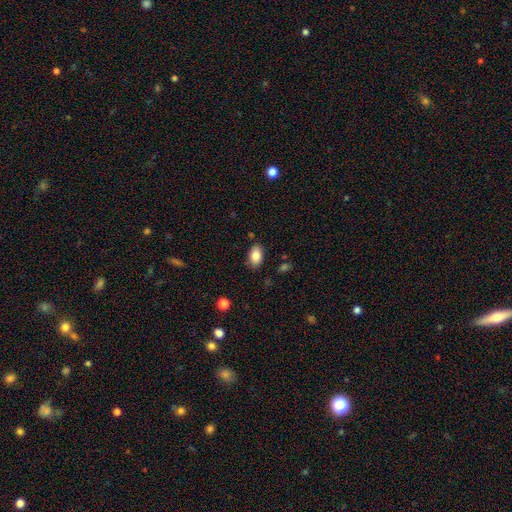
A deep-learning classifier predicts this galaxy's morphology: A smooth galaxy with no disk features (84%) that is in between round and cigar-shaped (90%). Merging: none (83%).